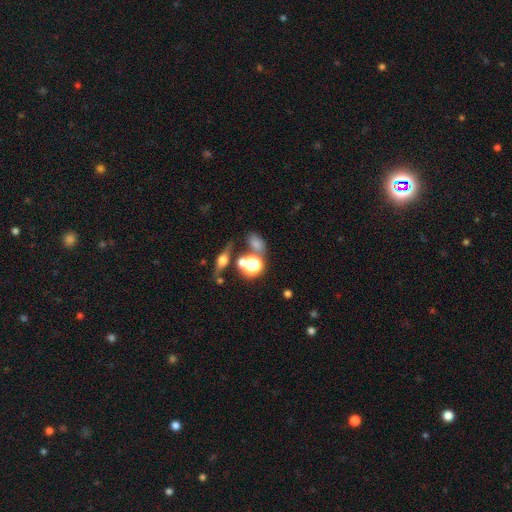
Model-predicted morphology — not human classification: Smooth or featured? star or artifact (48%)